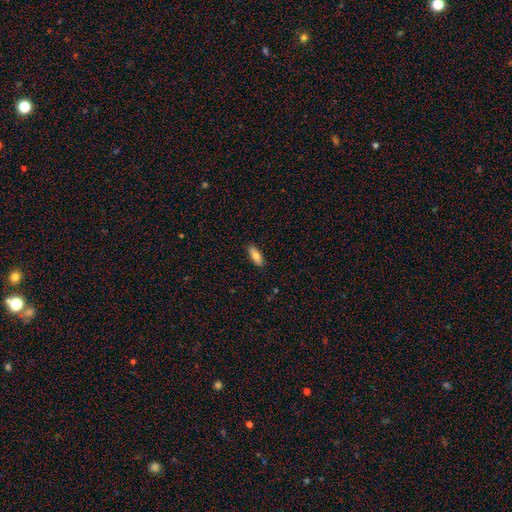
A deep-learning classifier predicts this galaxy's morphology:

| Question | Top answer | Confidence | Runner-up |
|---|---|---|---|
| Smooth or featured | smooth | 81% | featured or disk (12%) |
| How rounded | in between | 73% | cigar-shaped (25%) |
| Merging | none | 88% | minor disturbance (9%) |